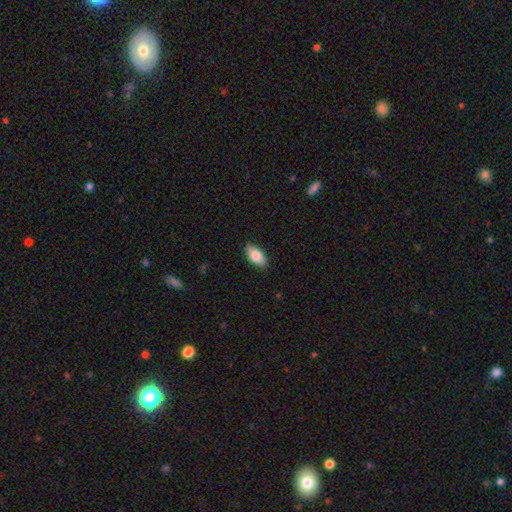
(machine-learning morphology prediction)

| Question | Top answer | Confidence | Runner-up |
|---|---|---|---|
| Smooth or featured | smooth | 86% | featured or disk (8%) |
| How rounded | in between | 93% | cigar-shaped (4%) |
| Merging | none | 87% | minor disturbance (10%) |